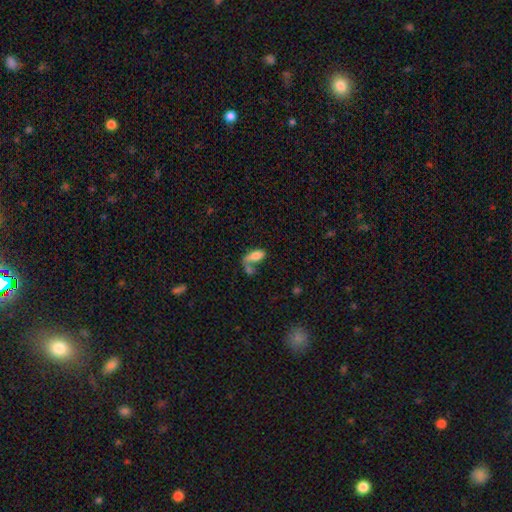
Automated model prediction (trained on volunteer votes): Morphology: type=smooth (73%); roundness=in between (78%); merging=merger (42%).